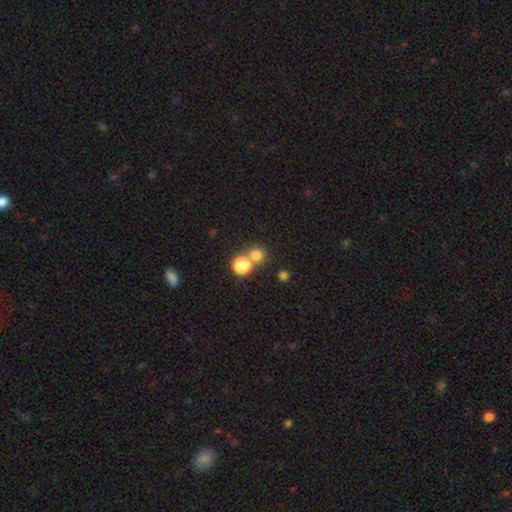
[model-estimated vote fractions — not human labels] The model was most divided on "merging": none: 55%, merger: 36%, minor disturbance: 6%, major disturbance: 3%. More confident: how rounded — round (88%); smooth or featured — smooth (79%).